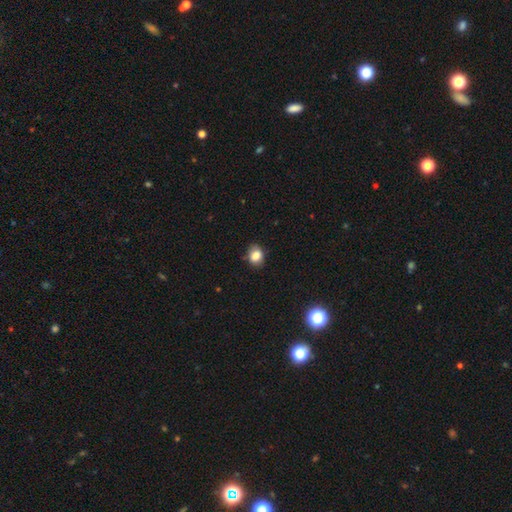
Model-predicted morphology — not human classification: smooth-or-featured: smooth: 82% | star or artifact: 11% | featured or disk: 7%
  how-rounded: in between: 53% | round: 46% | cigar-shaped: 1%
  merging: none: 78% | minor disturbance: 17% | major disturbance: 3% | merger: 2%